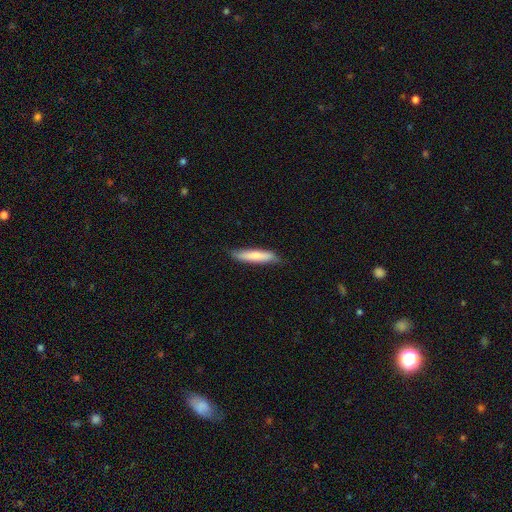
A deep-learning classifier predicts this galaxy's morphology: A smooth galaxy with no disk features (76%) that is cigar-shaped (84%).

Vote fractions:
- Smooth or featured? smooth: 76% / featured or disk: 19% / star or artifact: 5%
- How rounded? cigar-shaped: 84% / in between: 14% / round: 1%
- Merging? none: 80% / minor disturbance: 16% / major disturbance: 2% / merger: 1%